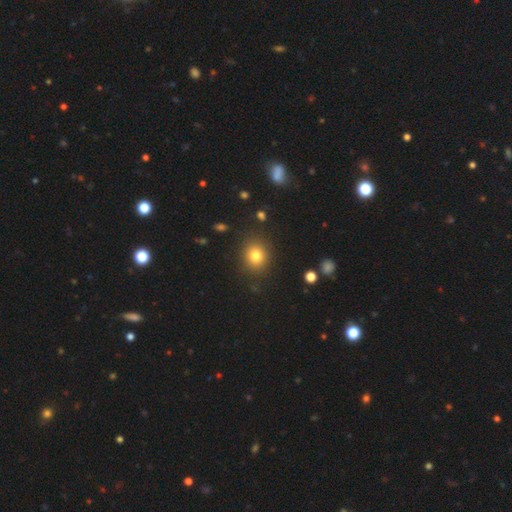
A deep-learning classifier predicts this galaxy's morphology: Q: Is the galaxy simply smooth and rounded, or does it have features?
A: smooth — 80%.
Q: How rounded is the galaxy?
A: round — 73%.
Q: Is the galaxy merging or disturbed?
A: none — 88%.